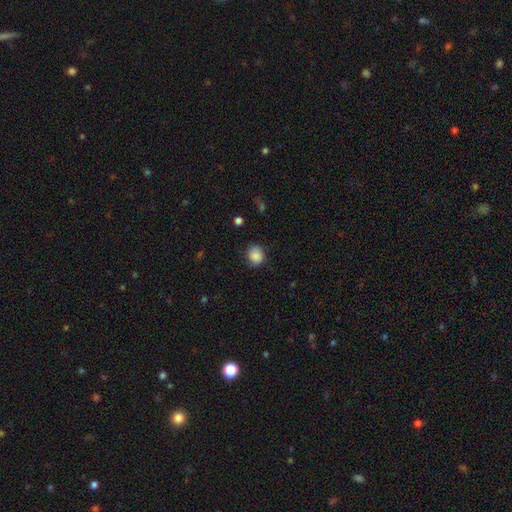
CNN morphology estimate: Overall: smooth (87%). How rounded: round (76%). Merging: none (79%).